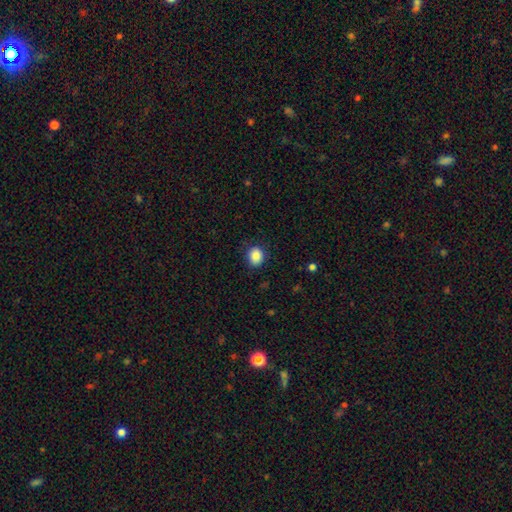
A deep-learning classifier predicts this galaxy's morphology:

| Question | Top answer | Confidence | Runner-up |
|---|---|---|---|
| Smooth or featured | smooth | 87% | star or artifact (9%) |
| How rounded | round | 61% | in between (38%) |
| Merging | none | 85% | minor disturbance (11%) |